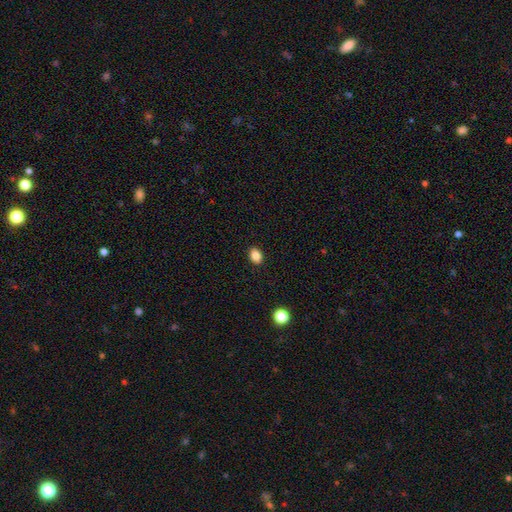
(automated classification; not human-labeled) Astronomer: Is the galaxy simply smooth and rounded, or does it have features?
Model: smooth — 86%.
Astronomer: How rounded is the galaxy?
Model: in between — 67%.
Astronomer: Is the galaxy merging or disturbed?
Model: none — 90%.